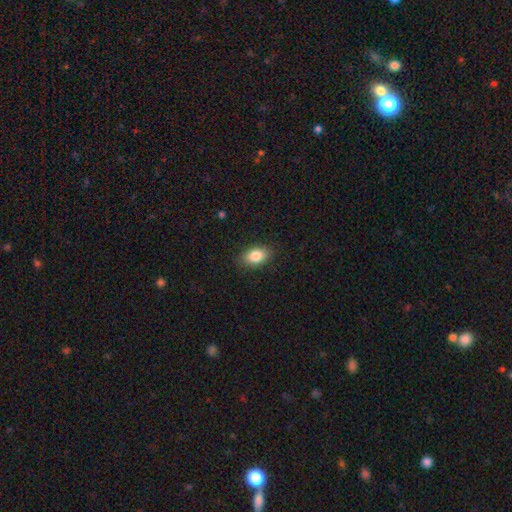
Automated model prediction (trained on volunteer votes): The model was most divided on "merging": none: 86%, minor disturbance: 10%, major disturbance: 3%, merger: 1%. More confident: how rounded — in between (88%); smooth or featured — smooth (85%).